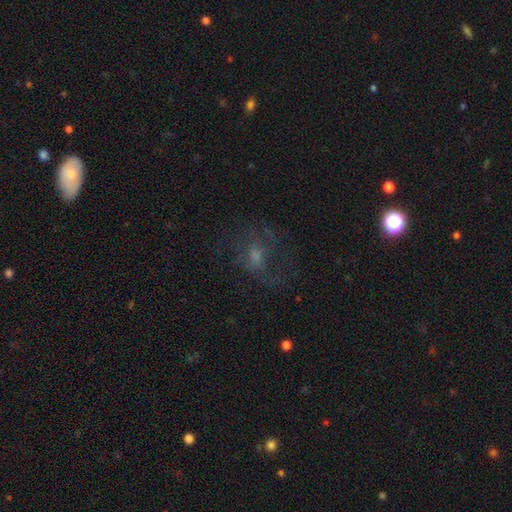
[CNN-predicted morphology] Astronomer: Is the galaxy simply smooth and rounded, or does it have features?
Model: featured or disk — 47% (runner-up: smooth, 33%).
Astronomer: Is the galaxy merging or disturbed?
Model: none — 53% (runner-up: major disturbance, 29%).